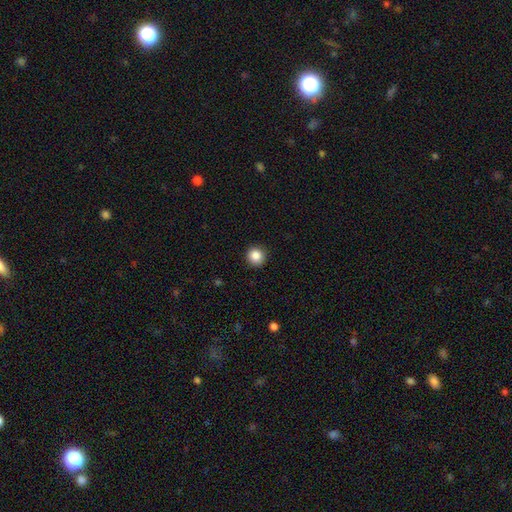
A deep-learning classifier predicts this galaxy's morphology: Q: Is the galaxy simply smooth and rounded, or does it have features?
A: smooth — 87%.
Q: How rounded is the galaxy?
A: round — 94%.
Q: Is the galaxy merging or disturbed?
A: none — 92%.